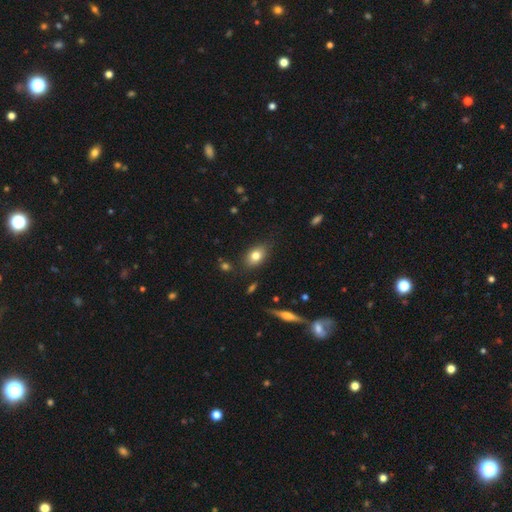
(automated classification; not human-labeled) smooth 79%, featured or disk 12%, star or artifact 9%. Down the decision tree: how rounded — in between (77%); merging — none (82%).